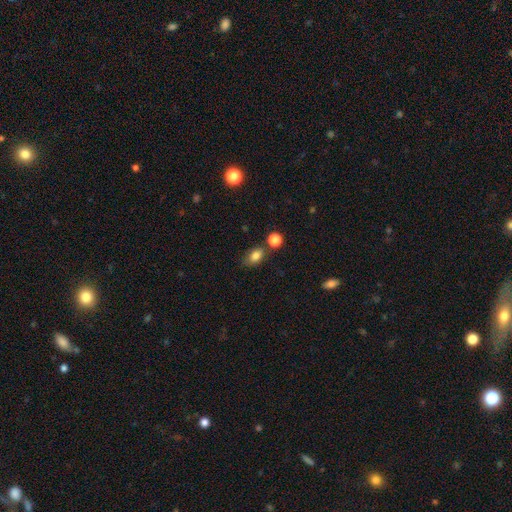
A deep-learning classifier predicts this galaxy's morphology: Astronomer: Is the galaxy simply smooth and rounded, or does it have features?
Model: smooth — 81%.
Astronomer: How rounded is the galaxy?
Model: in between — 81%.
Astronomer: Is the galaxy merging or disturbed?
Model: none — 63%.